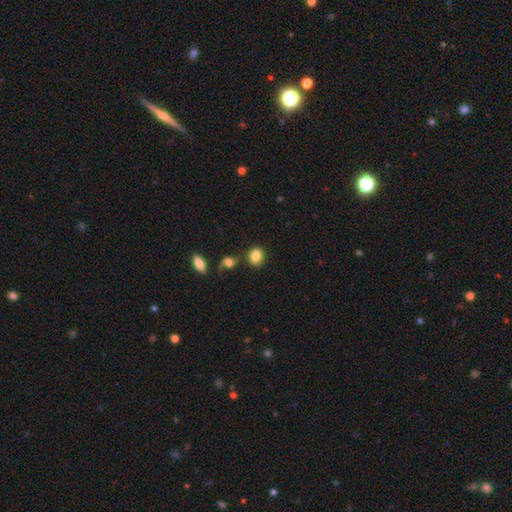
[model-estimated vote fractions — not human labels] Morphology: type=smooth (85%); roundness=in between (59%); merging=none (65%).